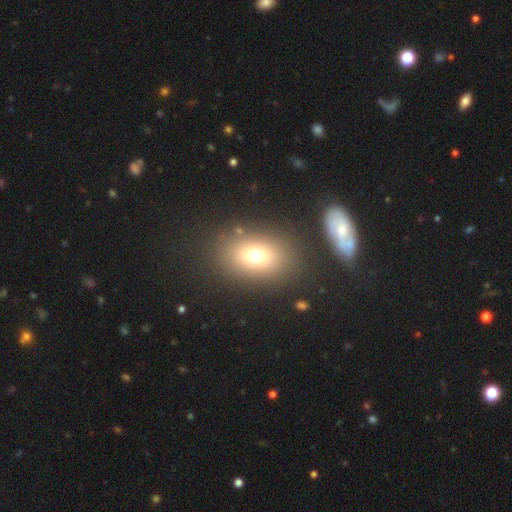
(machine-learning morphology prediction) Overall: smooth (73%). How rounded: in between (69%; round 29%). Merging: none (80%).